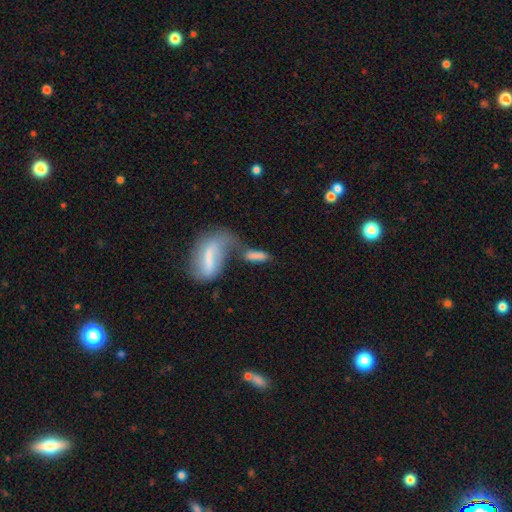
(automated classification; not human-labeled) Smooth or featured? smooth (70%)
How rounded? in between (51%)
Merging? merger (47%)